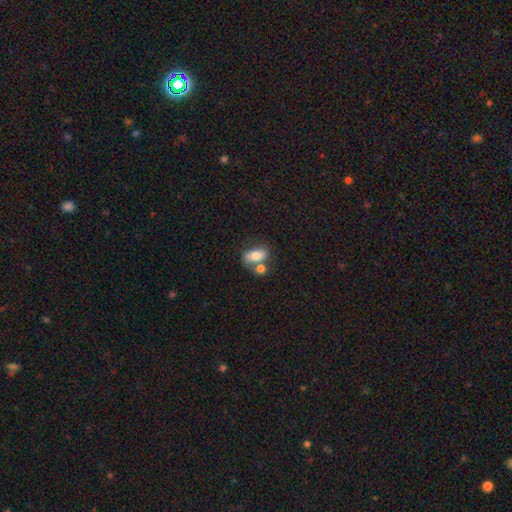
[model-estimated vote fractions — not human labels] Smooth or featured? smooth (73%)
How rounded? in between (86%)
Merging? none (45%)